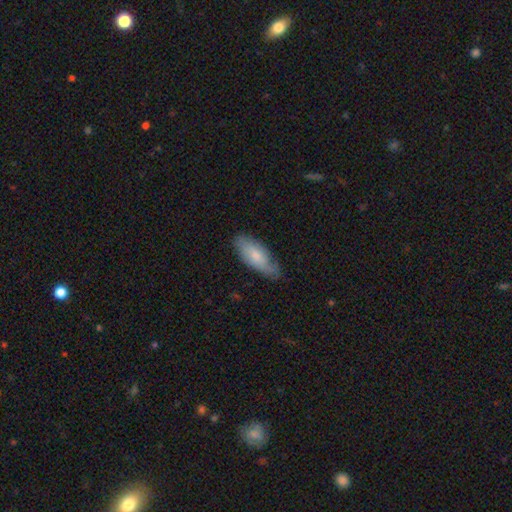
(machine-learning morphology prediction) A smooth galaxy with no disk features (68%) that is in between round and cigar-shaped (79%).

Vote fractions:
- Smooth or featured? smooth: 68% / featured or disk: 27% / star or artifact: 6%
- How rounded? in between: 79% / cigar-shaped: 19% / round: 2%
- Merging? none: 67% / minor disturbance: 27% / major disturbance: 5% / merger: 1%